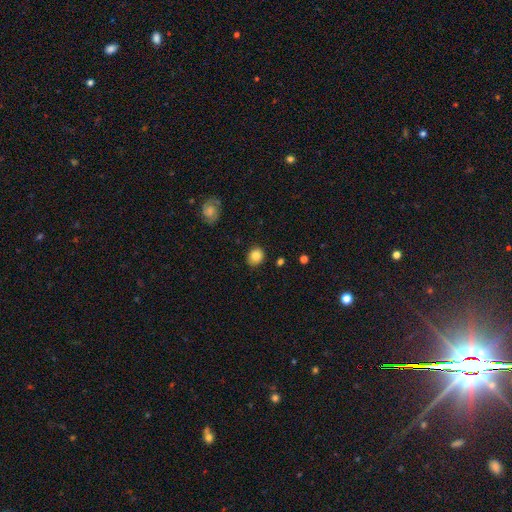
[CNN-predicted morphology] Smooth or featured? Predicted: smooth (p=0.83). How rounded? Predicted: round (p=0.68). Merging? Predicted: none (p=0.87).